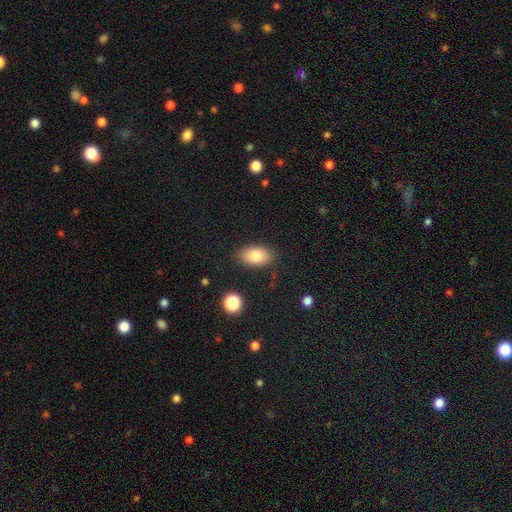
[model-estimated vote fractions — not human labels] Morphology: type=smooth (80%); roundness=in between (91%); merging=none (85%).